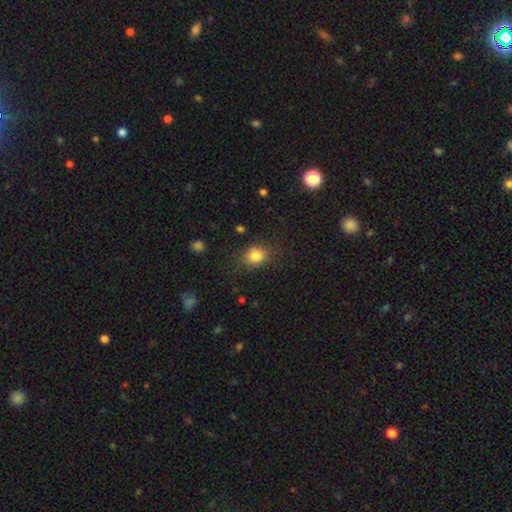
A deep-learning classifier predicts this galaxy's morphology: smooth_or_featured: smooth (p=0.82) [alt: star or artifact p=0.11]
how_rounded: round (p=0.56) [alt: in between p=0.43]
merging: none (p=0.78) [alt: minor disturbance p=0.15]